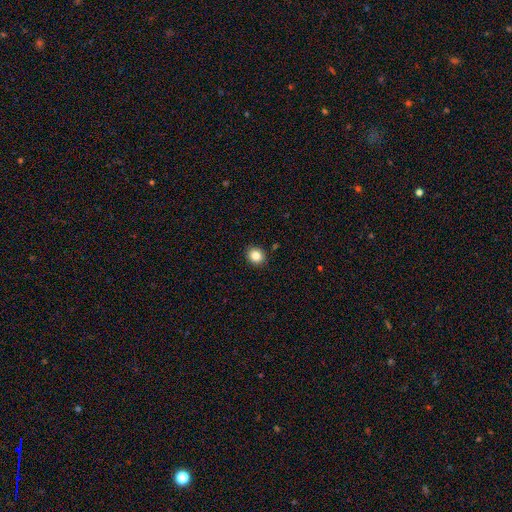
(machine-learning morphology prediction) type=smooth (85%); roundness=round (83%); merging=none (91%).